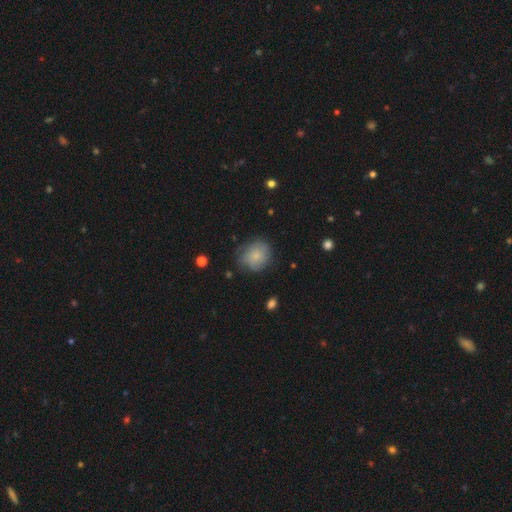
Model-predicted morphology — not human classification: Smooth or featured: smooth — 73% (featured or disk — 19%)
How rounded: round — 70% (in between — 29%)
Merging: none — 61% (minor disturbance — 28%)